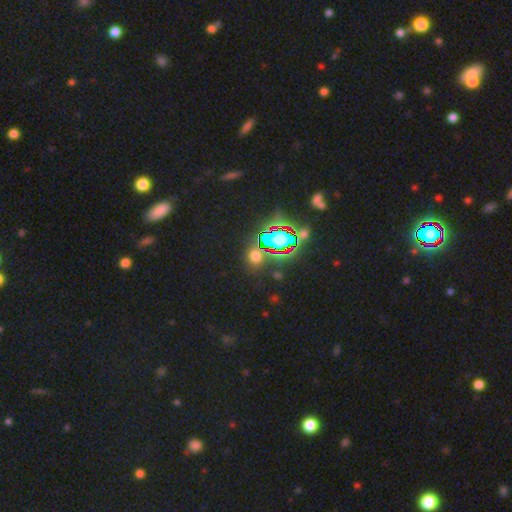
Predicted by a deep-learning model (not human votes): Q: Smooth or featured?
A: star or artifact (51%); runner-up: smooth (42%)